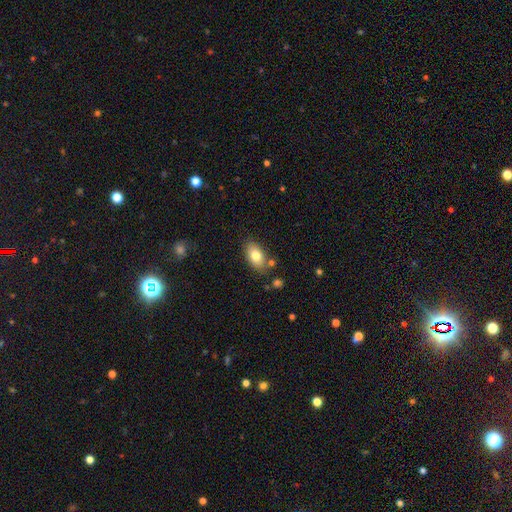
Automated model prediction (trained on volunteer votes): The model was most divided on "smooth or featured": smooth: 78%, featured or disk: 14%, star or artifact: 8%. More confident: how rounded — in between (90%); merging — none (78%).